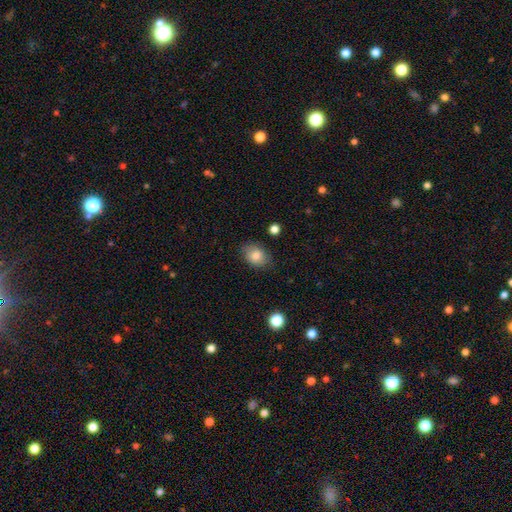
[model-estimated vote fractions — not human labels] Q: Smooth or featured?
A: smooth (83%); runner-up: featured or disk (8%)
Q: How rounded?
A: in between (74%); runner-up: round (25%)
Q: Merging?
A: none (79%); runner-up: minor disturbance (16%)